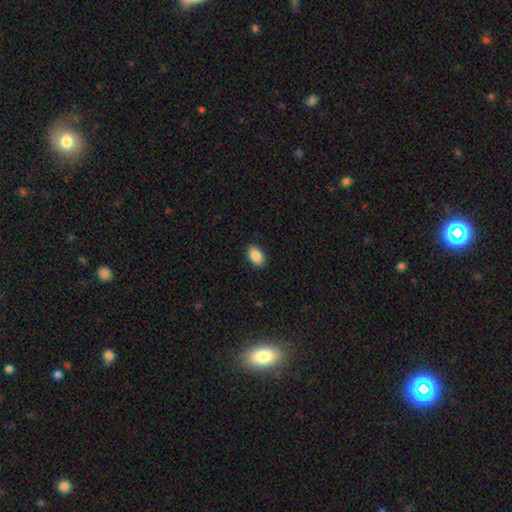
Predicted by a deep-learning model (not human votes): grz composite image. It shows a smooth galaxy with no disk features (90%) that is in between round and cigar-shaped (92%). Merging: none (89%).